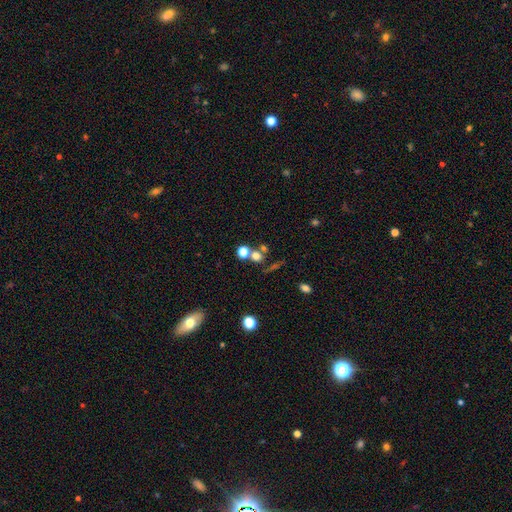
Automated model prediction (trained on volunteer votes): This is likely a smooth galaxy (66%). How rounded: clearly round (86%). Merging: possibly none (54%).